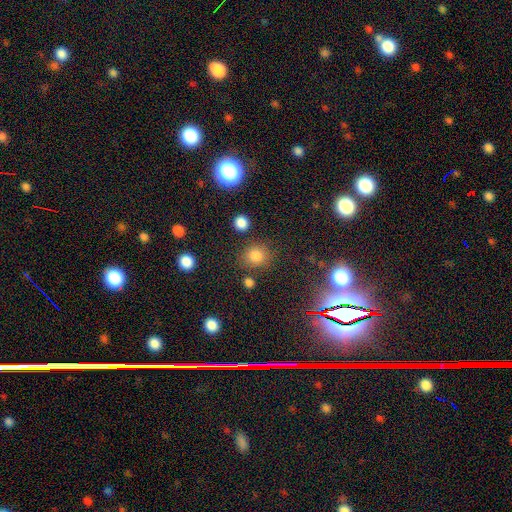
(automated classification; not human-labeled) Overall: smooth (79%). How rounded: round (79%). Merging: none (79%).